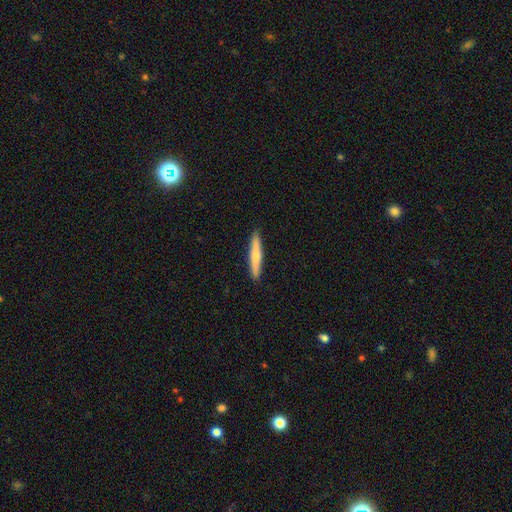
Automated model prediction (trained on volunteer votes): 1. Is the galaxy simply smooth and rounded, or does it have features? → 66% smooth, 29% featured or disk, 5% star or artifact.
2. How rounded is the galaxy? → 94% cigar-shaped, 5% in between, 1% round.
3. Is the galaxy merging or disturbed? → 91% none, 6% minor disturbance, 1% major disturbance, 1% merger.